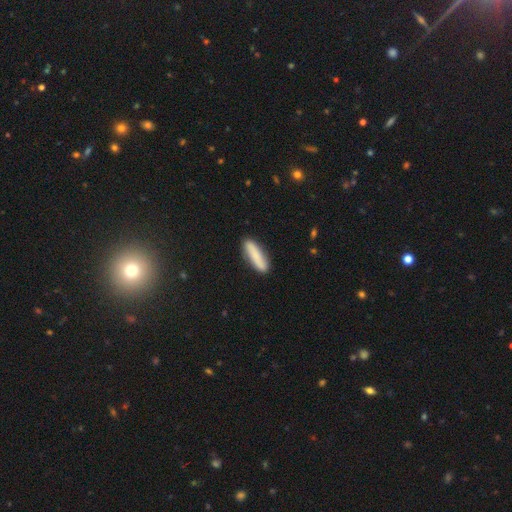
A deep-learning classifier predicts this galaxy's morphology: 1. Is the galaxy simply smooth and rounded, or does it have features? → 79% smooth, 15% featured or disk, 6% star or artifact.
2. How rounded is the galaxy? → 74% cigar-shaped, 24% in between, 2% round.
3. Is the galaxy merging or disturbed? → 87% none, 10% minor disturbance, 2% major disturbance, 1% merger.